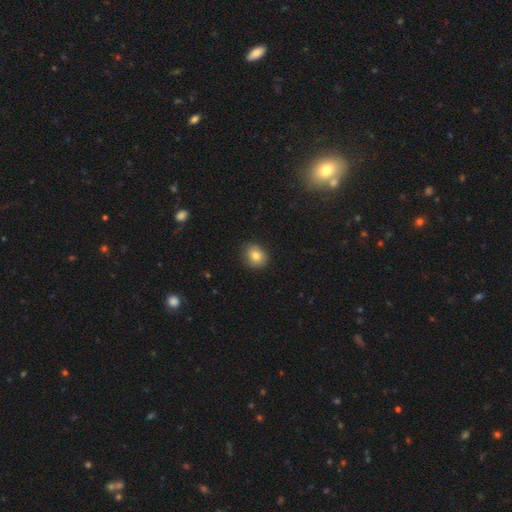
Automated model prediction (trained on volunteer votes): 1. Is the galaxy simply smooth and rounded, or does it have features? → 80% smooth, 10% featured or disk, 10% star or artifact.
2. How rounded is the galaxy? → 62% round, 37% in between, 1% cigar-shaped.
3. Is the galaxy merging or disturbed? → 83% none, 14% minor disturbance, 3% major disturbance, 1% merger.